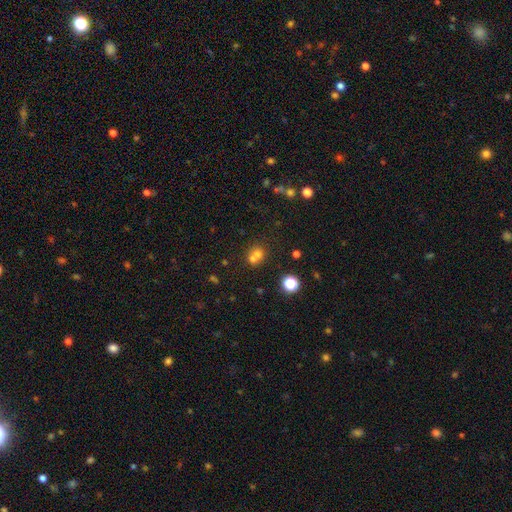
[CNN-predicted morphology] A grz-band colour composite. It shows a smooth galaxy with no disk features (64%) that is round (80%). Merging: merger (57%).